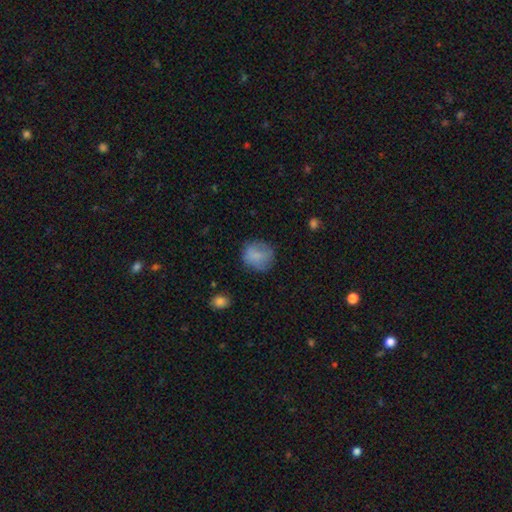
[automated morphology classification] smooth_or_featured: smooth (p=0.79) [alt: featured or disk p=0.12]
how_rounded: round (p=0.80) [alt: in between p=0.19]
merging: none (p=0.69) [alt: minor disturbance p=0.21]